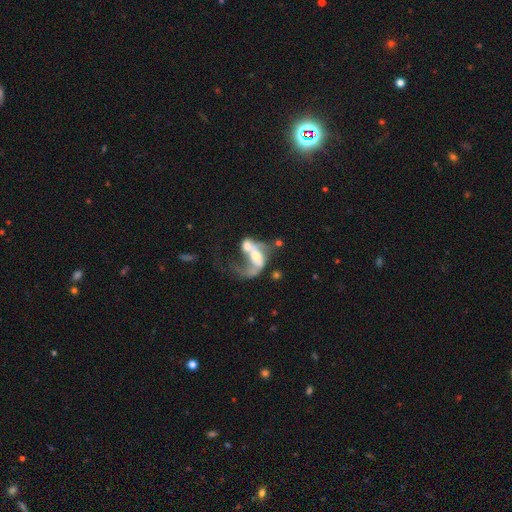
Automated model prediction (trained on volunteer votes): Smooth or featured? Predicted: featured or disk (p=0.71). Edge-on disk? Predicted: no (p=0.96). Bar? Predicted: no (p=0.53). Spiral arms? Predicted: yes (p=0.69). Bulge size? Predicted: moderate (p=0.47). Merging? Predicted: merger (p=0.57).